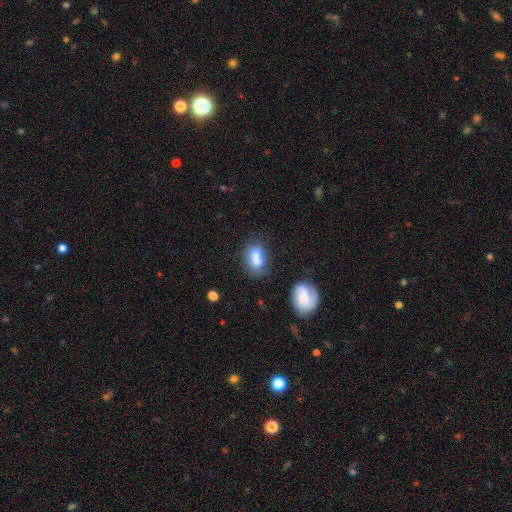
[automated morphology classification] type=smooth (77%); roundness=in between (83%); merging=none (54%).